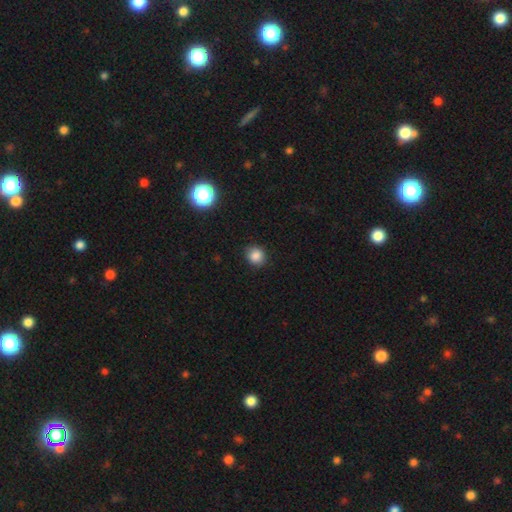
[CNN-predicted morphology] smooth-or-featured: smooth: 85% | star or artifact: 11% | featured or disk: 4%
  how-rounded: round: 83% | in between: 16% | cigar-shaped: 1%
  merging: none: 87% | minor disturbance: 9% | major disturbance: 2% | merger: 1%